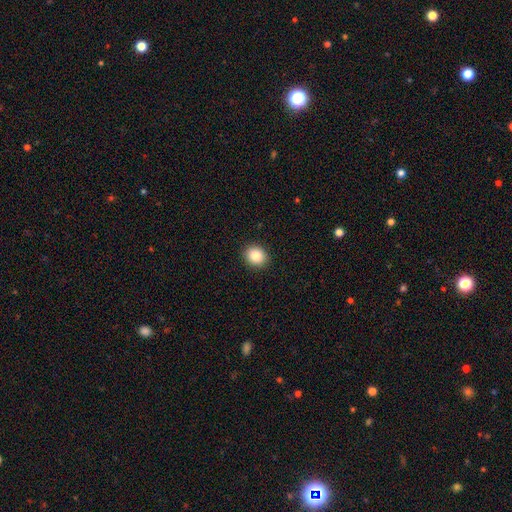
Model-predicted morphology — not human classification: Smooth or featured: smooth — 85% (star or artifact — 10%)
How rounded: round — 71% (in between — 28%)
Merging: none — 92% (minor disturbance — 6%)